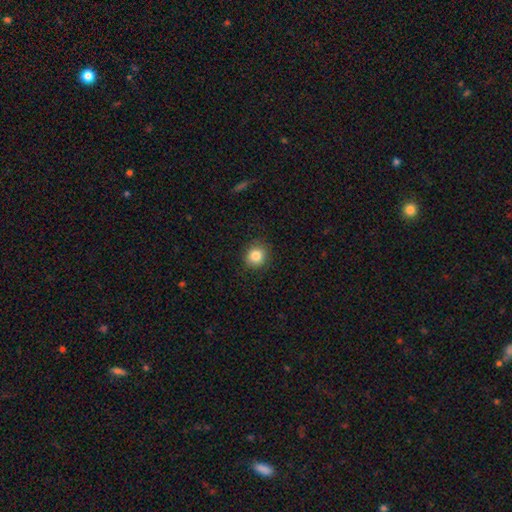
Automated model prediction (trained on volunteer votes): This is clearly a smooth galaxy (84%). How rounded: clearly round (86%). Merging: clearly none (88%).